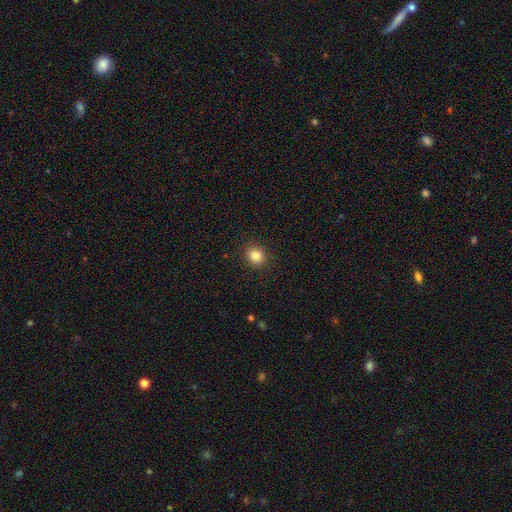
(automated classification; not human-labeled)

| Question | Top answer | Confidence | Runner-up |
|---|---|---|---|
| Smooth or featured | smooth | 84% | star or artifact (11%) |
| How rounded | round | 81% | in between (18%) |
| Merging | none | 91% | minor disturbance (6%) |